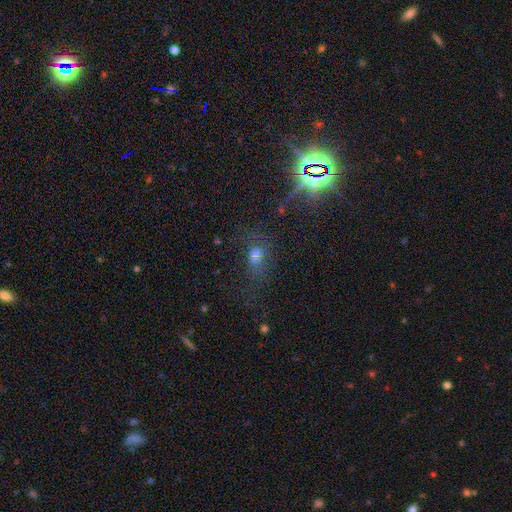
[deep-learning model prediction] smooth-or-featured: smooth: 46% | star or artifact: 34% | featured or disk: 20%
  merging: none: 43% | merger: 25% | major disturbance: 17% | minor disturbance: 15%